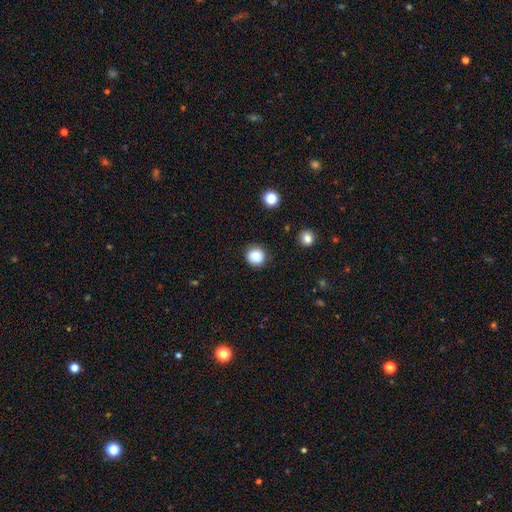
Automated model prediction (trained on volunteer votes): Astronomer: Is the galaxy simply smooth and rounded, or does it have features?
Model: smooth — 82%.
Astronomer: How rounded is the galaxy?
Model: round — 93%.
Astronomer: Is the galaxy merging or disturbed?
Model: none — 89%.